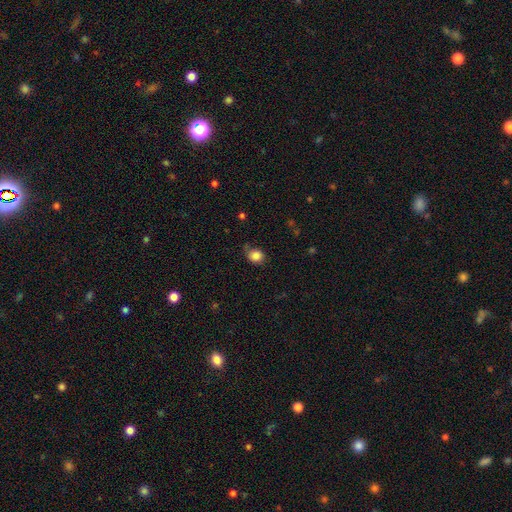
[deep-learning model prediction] Smooth or featured? smooth (85%)
How rounded? round (70%)
Merging? none (68%)